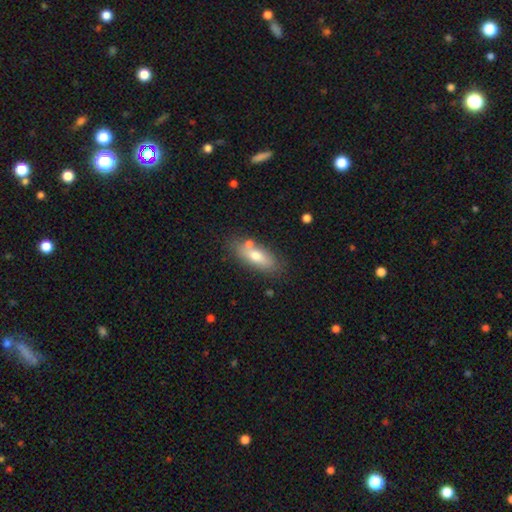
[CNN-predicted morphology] Q: Smooth or featured?
A: smooth (69%); runner-up: featured or disk (24%)
Q: How rounded?
A: in between (72%); runner-up: cigar-shaped (25%)
Q: Merging?
A: none (72%); runner-up: minor disturbance (14%)